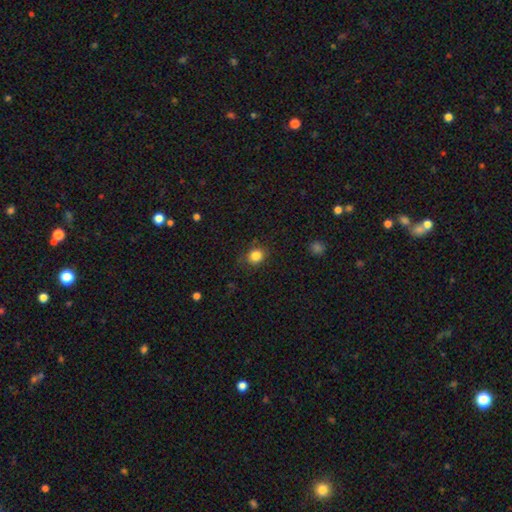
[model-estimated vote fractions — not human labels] Smooth or featured: smooth — 84% (star or artifact — 11%)
How rounded: round — 75% (in between — 24%)
Merging: none — 82% (minor disturbance — 13%)